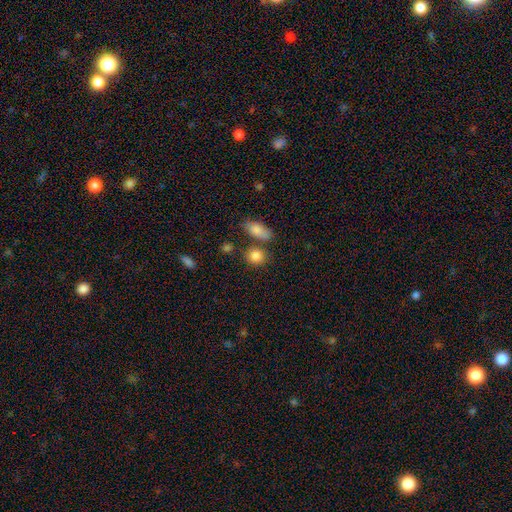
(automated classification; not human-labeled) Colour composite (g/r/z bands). It shows a smooth galaxy with no disk features (85%) that is round (67%). Merging: none (69%).